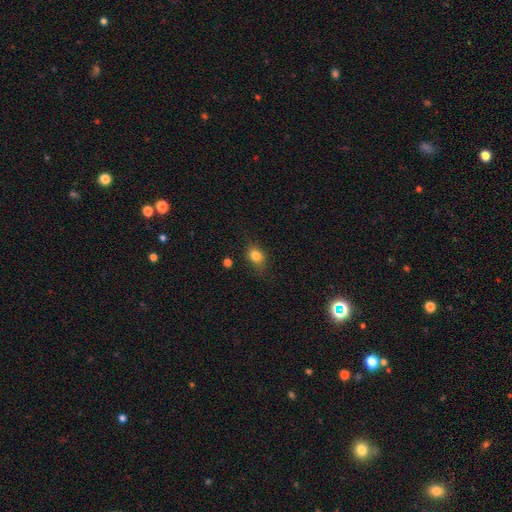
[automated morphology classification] This appears to be a smooth galaxy with no disk features (79%) that is in between round and cigar-shaped (55%). Merging: none (74%).